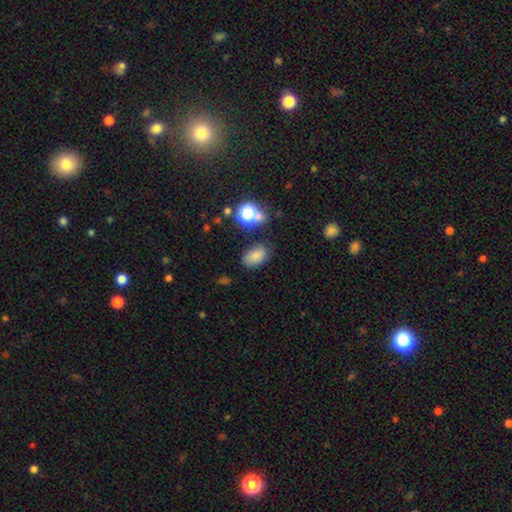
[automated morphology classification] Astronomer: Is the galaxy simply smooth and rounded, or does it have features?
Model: smooth — 78%.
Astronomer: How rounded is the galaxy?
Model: in between — 86%.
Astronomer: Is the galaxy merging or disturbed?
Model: none — 73%.